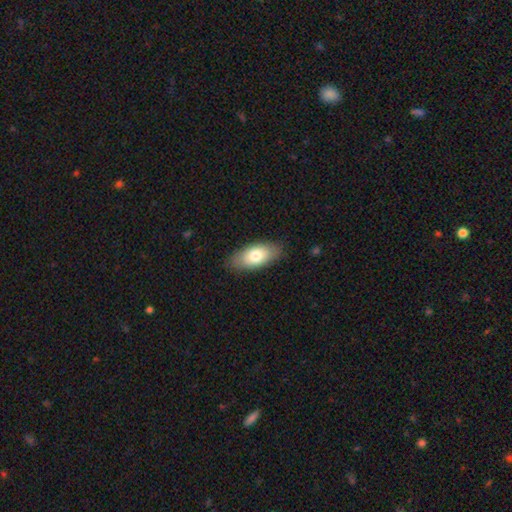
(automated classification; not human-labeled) smooth-or-featured: smooth: 75% | featured or disk: 19% | star or artifact: 6%
  how-rounded: in between: 90% | cigar-shaped: 6% | round: 4%
  merging: none: 83% | minor disturbance: 13% | major disturbance: 3% | merger: 1%